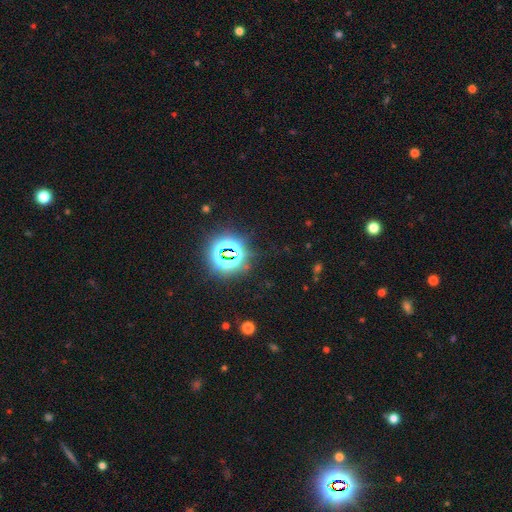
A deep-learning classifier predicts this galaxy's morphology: Q: Smooth or featured?
A: star or artifact (80%); runner-up: smooth (13%)